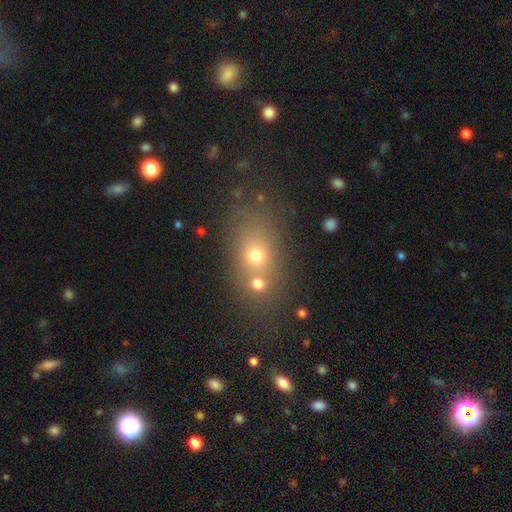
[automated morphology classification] Smooth or featured? Predicted: smooth (p=0.62). How rounded? Predicted: in between (p=0.59). Merging? Predicted: none (p=0.48).